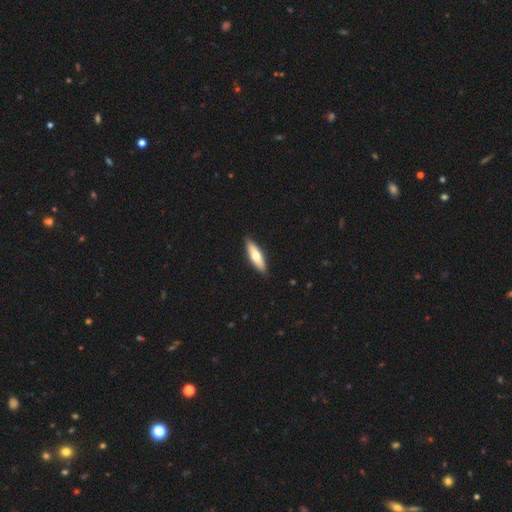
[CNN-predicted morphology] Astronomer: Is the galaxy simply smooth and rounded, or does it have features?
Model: smooth — 62%.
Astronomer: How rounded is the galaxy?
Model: cigar-shaped — 57% (runner-up: in between, 41%).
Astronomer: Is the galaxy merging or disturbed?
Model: none — 89%.